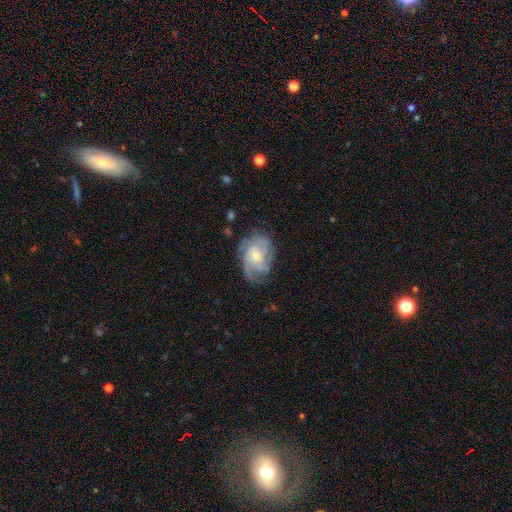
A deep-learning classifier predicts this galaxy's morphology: Overall: featured or disk (80%). Edge-on disk: no (97%). Bar: no (68%; weak 28%). Spiral arms: yes (94%). Spiral arm count: can't tell (29%; 3 28%). Spiral winding: tight (53%; medium 37%). Bulge size: small (49%; moderate 44%). Merging: none (70%).